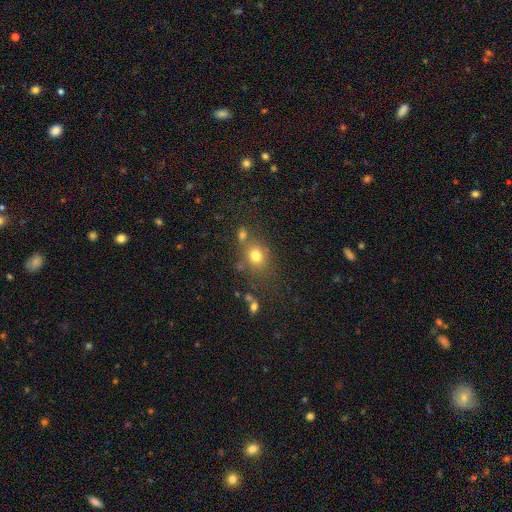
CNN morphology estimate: Smooth or featured: smooth — 75% (star or artifact — 14%)
How rounded: round — 59% (in between — 40%)
Merging: none — 62% (merger — 18%)